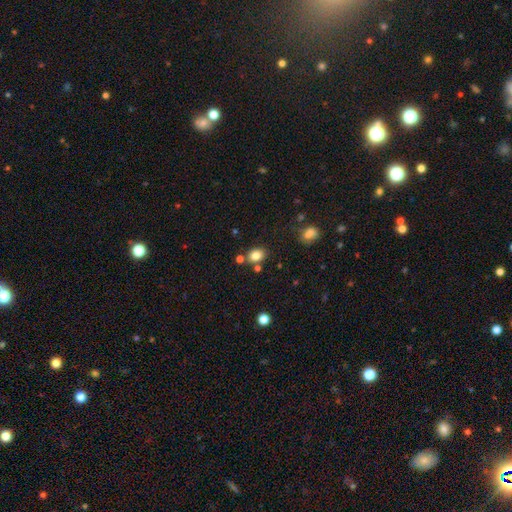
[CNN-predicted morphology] Smooth or featured? Predicted: smooth (p=0.82). How rounded? Predicted: in between (p=0.57). Merging? Predicted: none (p=0.75).